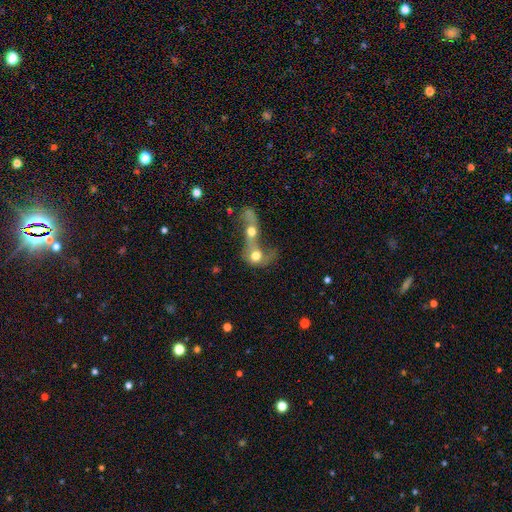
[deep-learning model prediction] A smooth galaxy with no disk features (59%) that is round (50%). Merging: merger (81%).